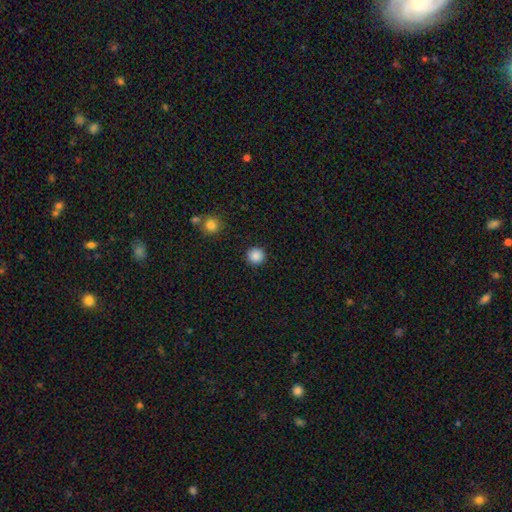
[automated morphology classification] Overall: smooth (87%). How rounded: round (95%). Merging: none (92%).